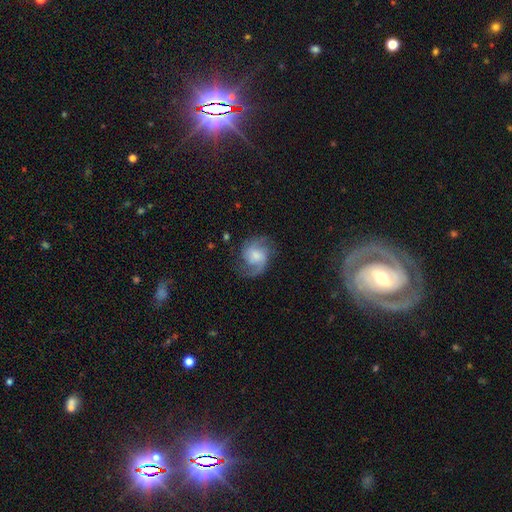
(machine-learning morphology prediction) Q: Smooth or featured?
A: featured or disk (76%); runner-up: smooth (18%)
Q: Edge-on disk?
A: no (98%); runner-up: yes (2%)
Q: Bar?
A: no (54%); runner-up: weak (40%)
Q: Spiral arms?
A: yes (95%); runner-up: no (5%)
Q: Spiral winding?
A: medium (50%); runner-up: loose (29%)
Q: Spiral arm count?
A: 2 (80%); runner-up: 1 (7%)
Q: Bulge size?
A: moderate (35%); runner-up: small (31%)
Q: Merging?
A: none (67%); runner-up: minor disturbance (19%)